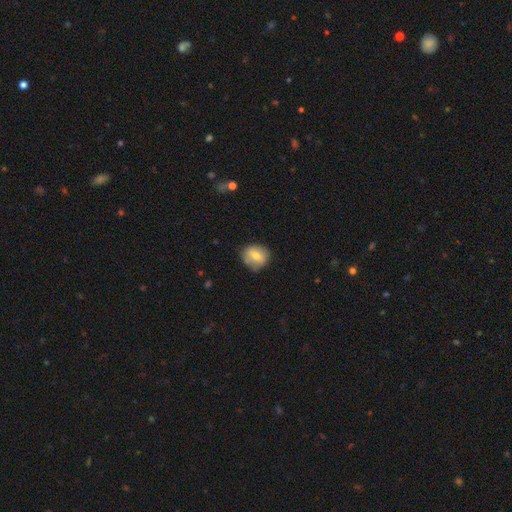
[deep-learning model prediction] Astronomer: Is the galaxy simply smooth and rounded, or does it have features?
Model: smooth — 62%.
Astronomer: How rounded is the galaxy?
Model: round — 69%.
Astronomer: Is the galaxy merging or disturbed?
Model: none — 77%.